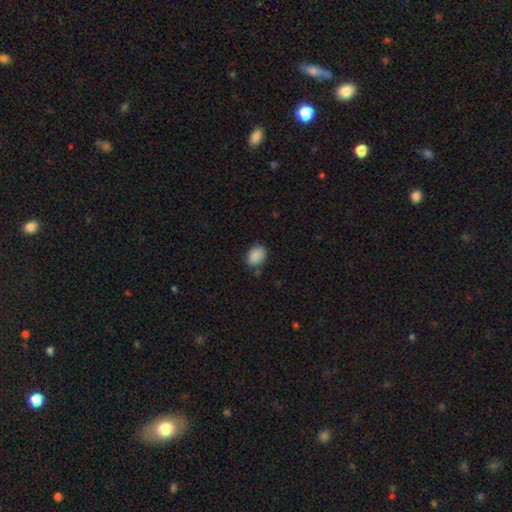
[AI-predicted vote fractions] smooth-or-featured: smooth: 88% | star or artifact: 8% | featured or disk: 4%
  how-rounded: in between: 73% | round: 26% | cigar-shaped: 1%
  merging: none: 73% | minor disturbance: 20% | major disturbance: 4% | merger: 3%